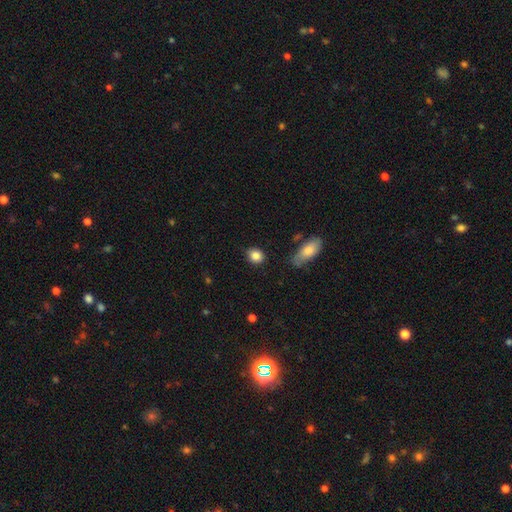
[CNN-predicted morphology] Overall: smooth (86%). How rounded: round (57%; in between 41%). Merging: none (84%).